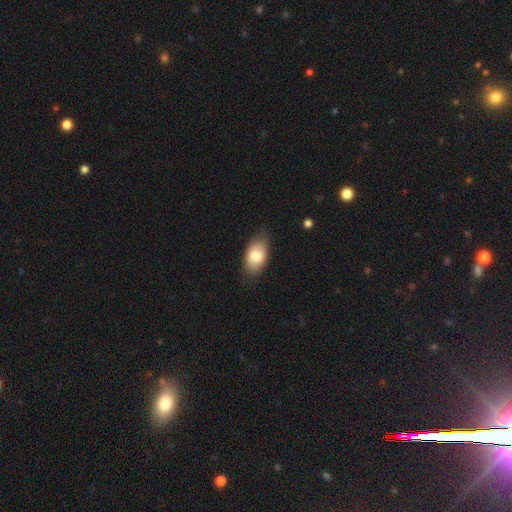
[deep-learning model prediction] Smooth or featured: smooth — 81% (featured or disk — 13%)
How rounded: in between — 92% (round — 6%)
Merging: none — 77% (minor disturbance — 18%)